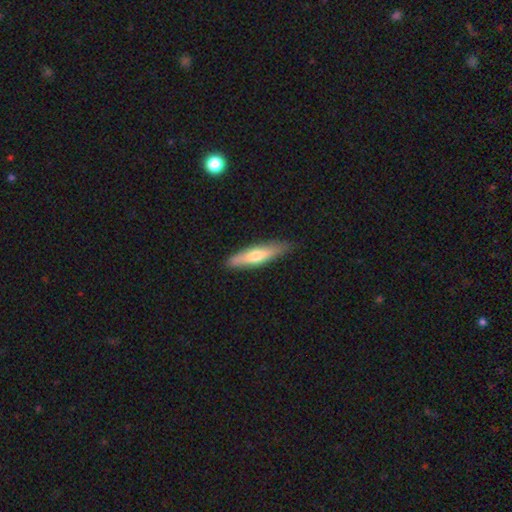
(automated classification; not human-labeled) Overall: smooth (62%; featured or disk 33%). How rounded: cigar-shaped (77%). Merging: none (85%).